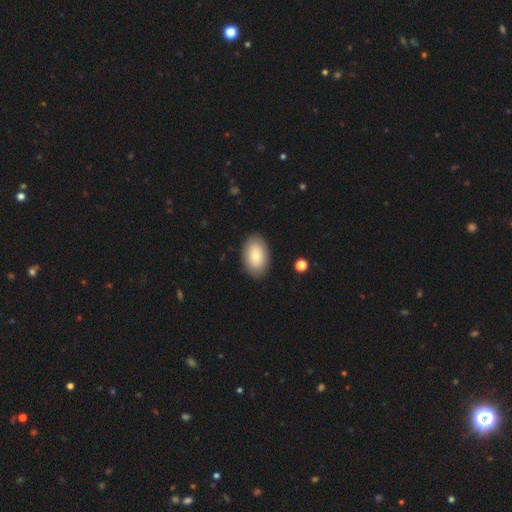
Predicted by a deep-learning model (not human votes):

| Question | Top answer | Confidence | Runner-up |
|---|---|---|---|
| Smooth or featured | smooth | 80% | featured or disk (14%) |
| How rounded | in between | 92% | round (7%) |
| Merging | none | 88% | minor disturbance (9%) |